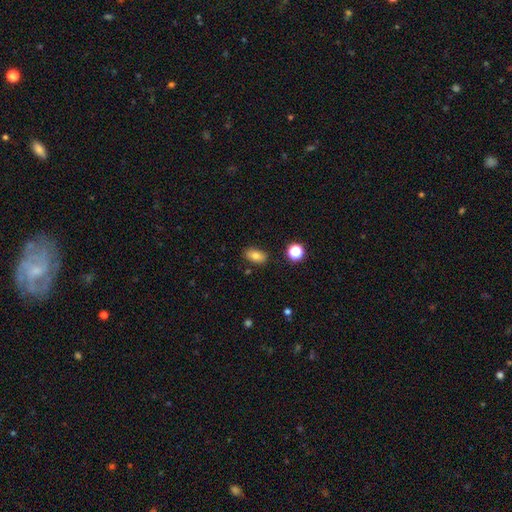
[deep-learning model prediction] A smooth galaxy with no disk features (77%) that is in between round and cigar-shaped (86%). Merging: none (85%).